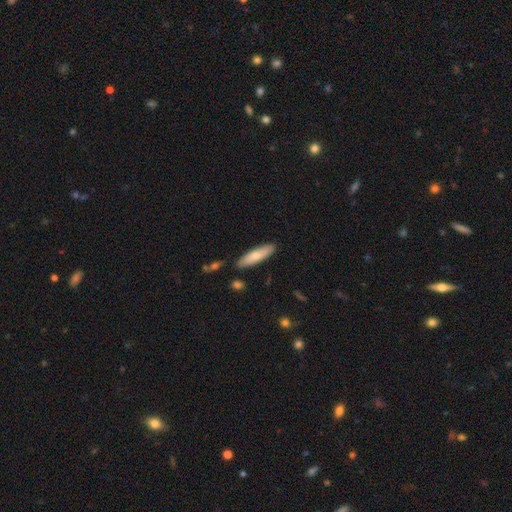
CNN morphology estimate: A smooth galaxy with no disk features (75%) that is cigar-shaped (67%).

Vote fractions:
- Smooth or featured? smooth: 75% / featured or disk: 19% / star or artifact: 5%
- How rounded? cigar-shaped: 67% / in between: 31% / round: 2%
- Merging? none: 85% / minor disturbance: 11% / merger: 2% / major disturbance: 2%